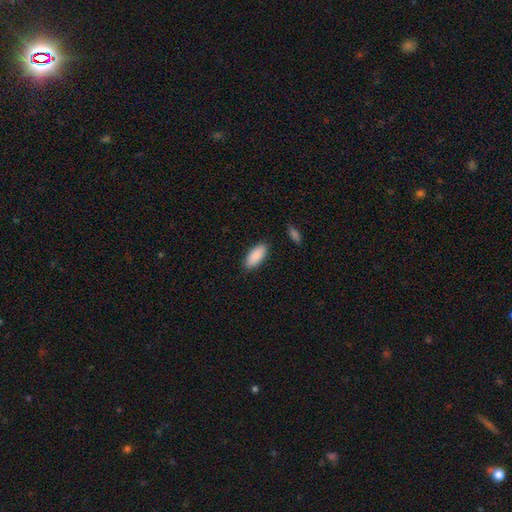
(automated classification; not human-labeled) Smooth or featured? Predicted: smooth (p=0.90). How rounded? Predicted: in between (p=0.85). Merging? Predicted: none (p=0.86).